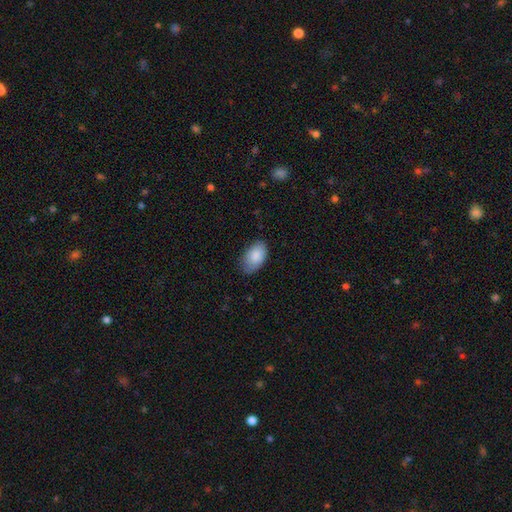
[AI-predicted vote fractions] Smooth or featured? smooth (87%)
How rounded? in between (94%)
Merging? none (72%)